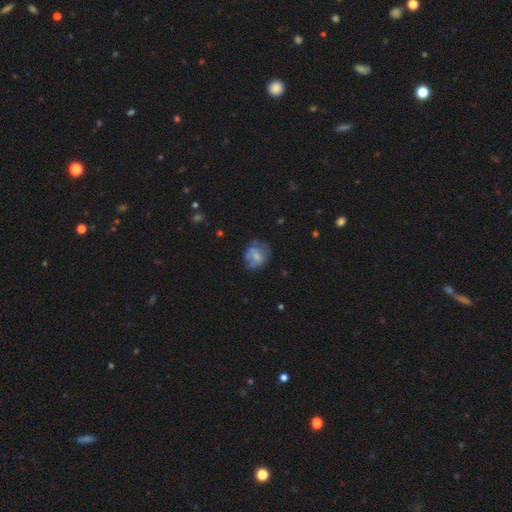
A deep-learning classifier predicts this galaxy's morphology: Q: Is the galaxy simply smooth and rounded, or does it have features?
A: smooth — 48%.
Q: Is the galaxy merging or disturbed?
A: none — 50%.